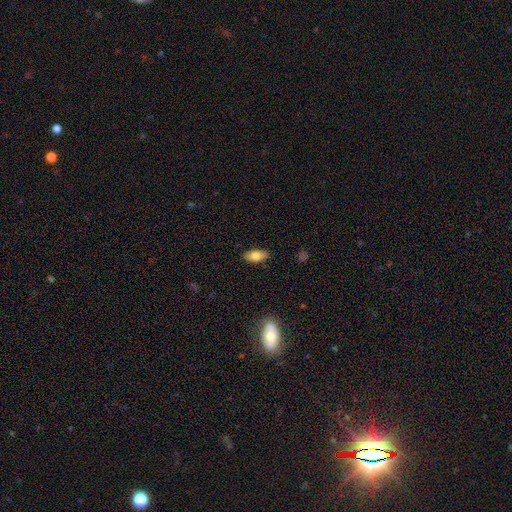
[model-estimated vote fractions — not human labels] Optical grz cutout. It shows a smooth galaxy with no disk features (78%) that is in between round and cigar-shaped (90%). Merging: none (87%).